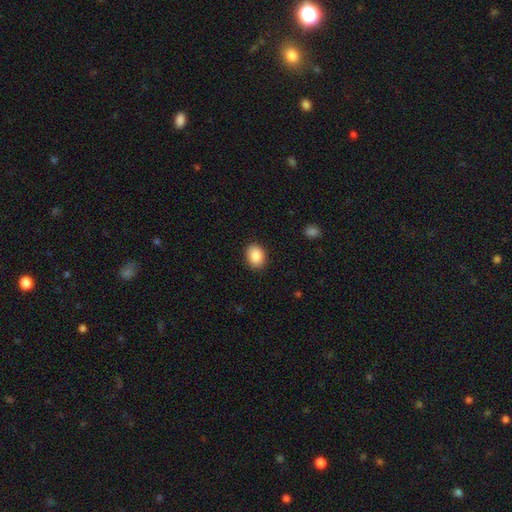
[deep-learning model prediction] This appears to be a smooth galaxy with no disk features (87%) that is in between round and cigar-shaped (61%). Merging: none (89%).